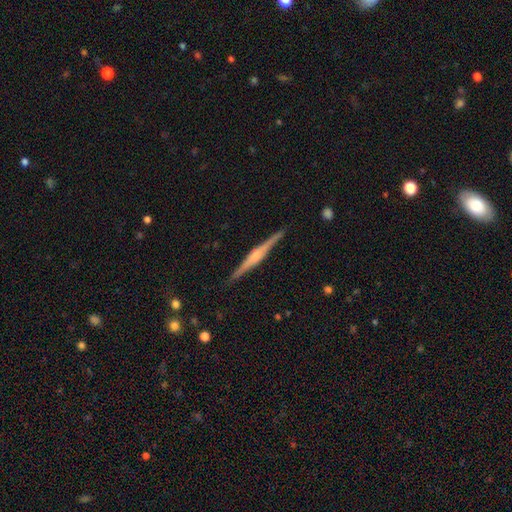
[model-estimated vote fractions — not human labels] featured or disk 81%, smooth 14%, star or artifact 5%. Down the decision tree: edge-on disk — yes (98%); edge-on bulge — rounded (69%); merging — none (91%).